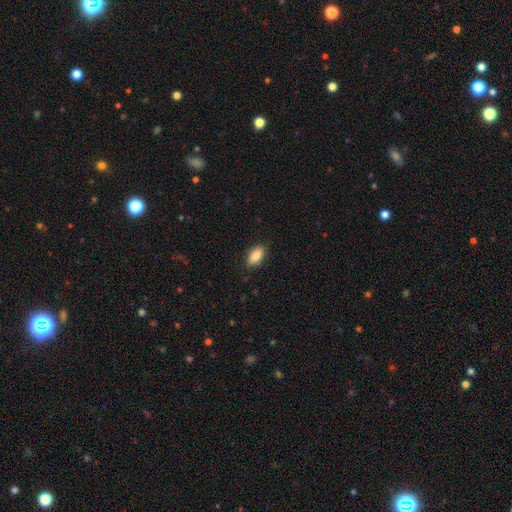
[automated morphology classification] Smooth or featured: smooth — 86% (star or artifact — 7%)
How rounded: in between — 90% (cigar-shaped — 6%)
Merging: none — 86% (minor disturbance — 11%)